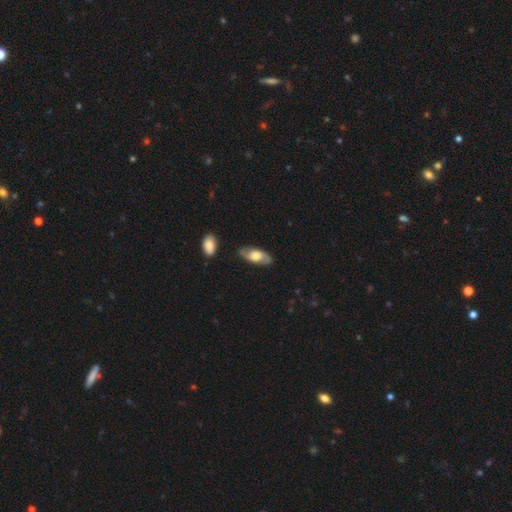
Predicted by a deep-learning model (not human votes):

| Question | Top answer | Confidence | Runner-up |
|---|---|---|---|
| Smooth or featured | featured or disk | 59% | smooth (35%) |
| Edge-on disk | no | 86% | yes (14%) |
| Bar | no | 65% | weak (28%) |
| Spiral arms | yes | 79% | no (21%) |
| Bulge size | large | 48% | moderate (36%) |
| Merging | none | 80% | minor disturbance (14%) |